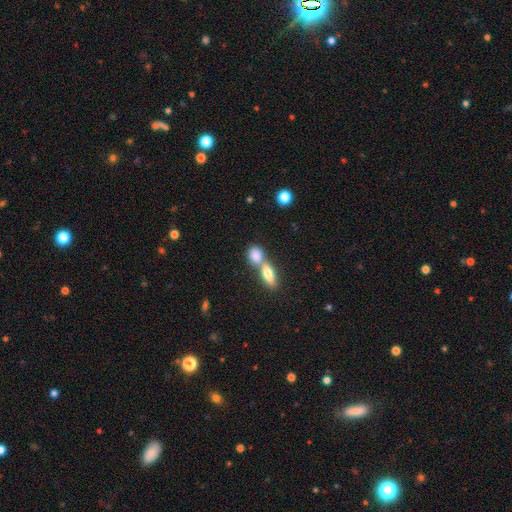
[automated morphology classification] smooth-or-featured: smooth: 80% | featured or disk: 12% | star or artifact: 8%
  how-rounded: in between: 53% | round: 36% | cigar-shaped: 12%
  merging: merger: 56% | none: 34% | minor disturbance: 7% | major disturbance: 3%